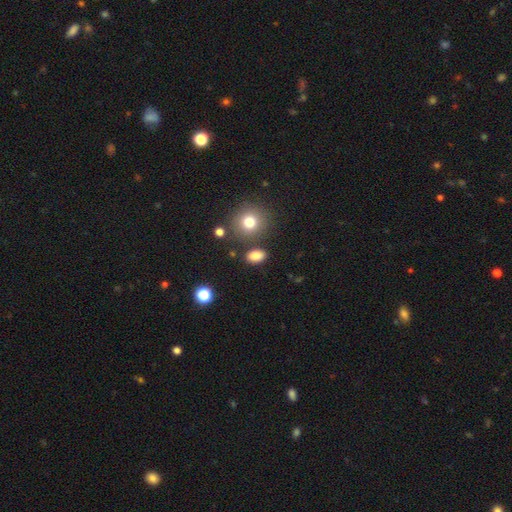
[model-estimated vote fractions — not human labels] Smooth or featured? Predicted: smooth (p=0.84). How rounded? Predicted: in between (p=0.83). Merging? Predicted: none (p=0.83).